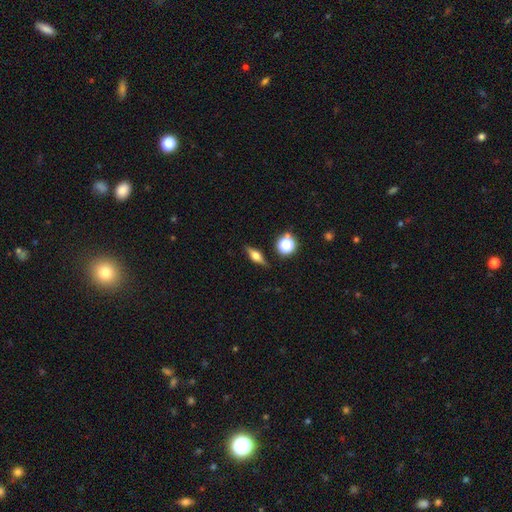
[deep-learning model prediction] Morphology: type=featured or disk (52%); edge-on=yes (91%); merging=none (84%).